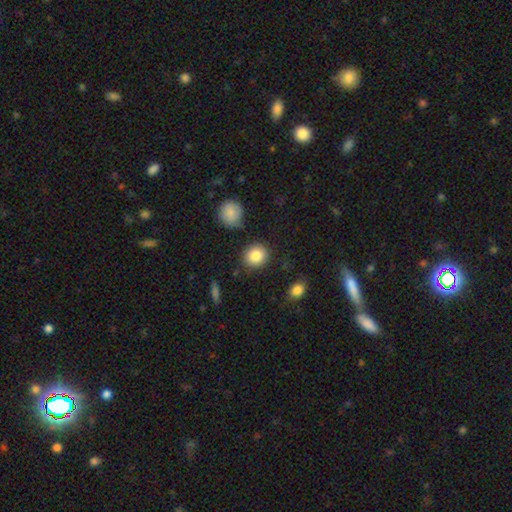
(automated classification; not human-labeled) Smooth or featured: smooth — 85% (star or artifact — 8%)
How rounded: round — 84% (in between — 15%)
Merging: none — 85% (minor disturbance — 9%)